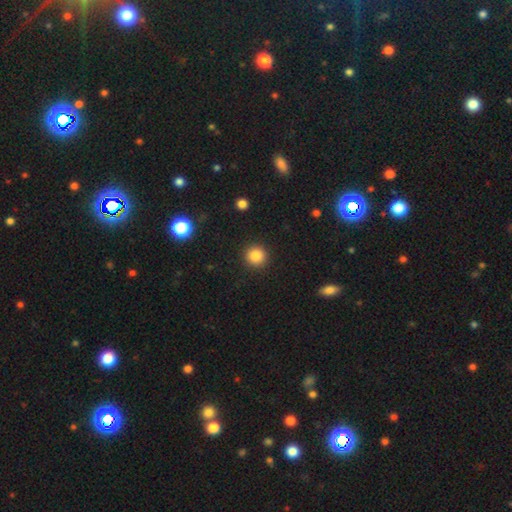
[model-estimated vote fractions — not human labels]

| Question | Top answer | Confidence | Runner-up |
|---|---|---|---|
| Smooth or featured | smooth | 85% | star or artifact (11%) |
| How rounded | round | 94% | in between (5%) |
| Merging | none | 92% | minor disturbance (5%) |